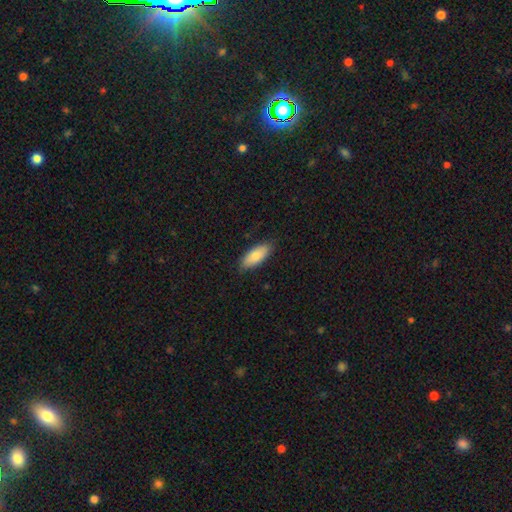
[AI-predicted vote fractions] Smooth or featured? Predicted: smooth (p=0.83). How rounded? Predicted: in between (p=0.80). Merging? Predicted: none (p=0.85).